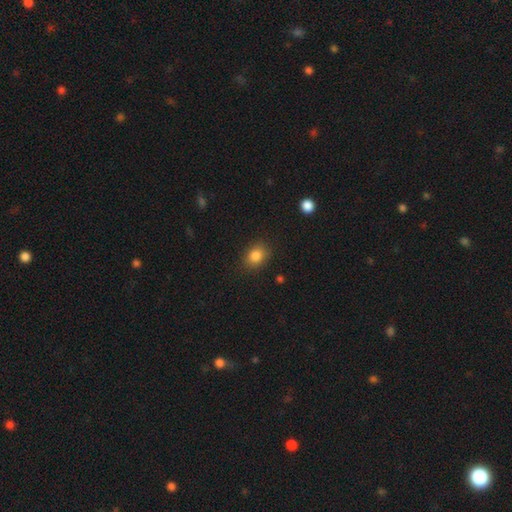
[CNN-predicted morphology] smooth_or_featured: smooth (p=0.84) [alt: star or artifact p=0.10]
how_rounded: round (p=0.50) [alt: in between p=0.49]
merging: none (p=0.84) [alt: minor disturbance p=0.11]